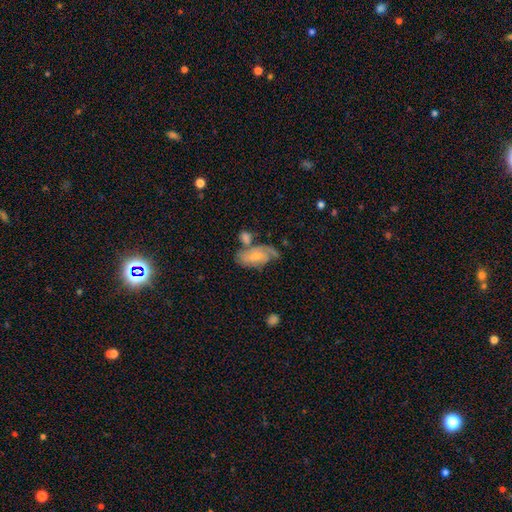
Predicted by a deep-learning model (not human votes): Morphology: type=featured or disk (64%); edge-on=no (94%); bar=no (50%); spiral arms=yes (89%); winding=medium (42%); arm count=2 (54%); bulge=small (47%); merging=none (43%).